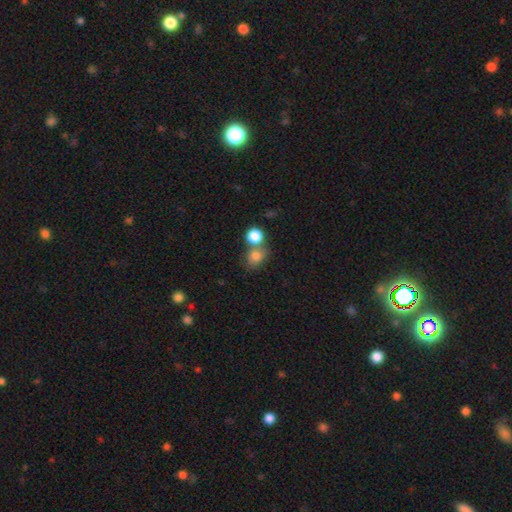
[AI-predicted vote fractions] A smooth galaxy with no disk features (79%) that is round (63%). Merging: none (43%).